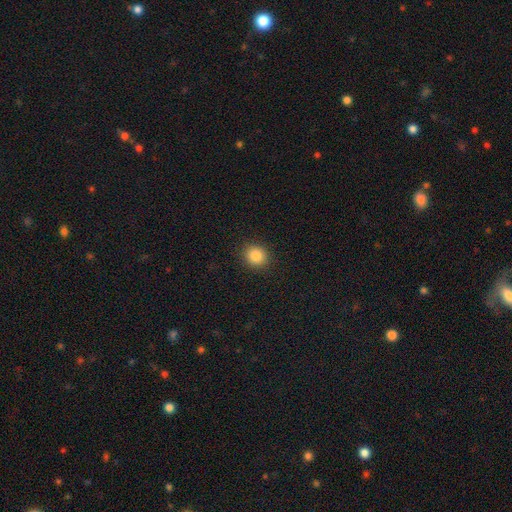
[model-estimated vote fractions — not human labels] smooth_or_featured: smooth (p=0.86) [alt: star or artifact p=0.10]
how_rounded: round (p=0.81) [alt: in between p=0.18]
merging: none (p=0.90) [alt: minor disturbance p=0.06]